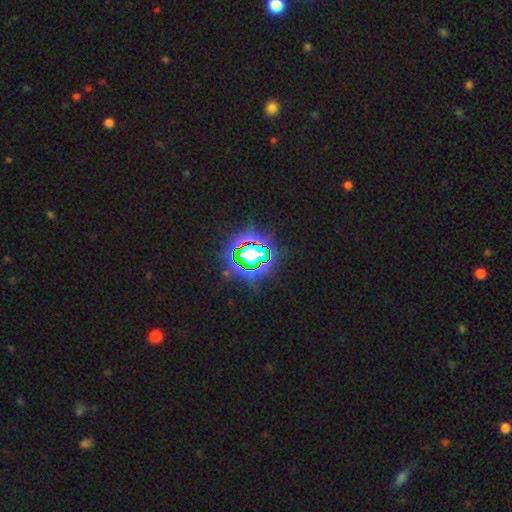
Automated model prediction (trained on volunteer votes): Smooth or featured? Predicted: star or artifact (p=0.79).